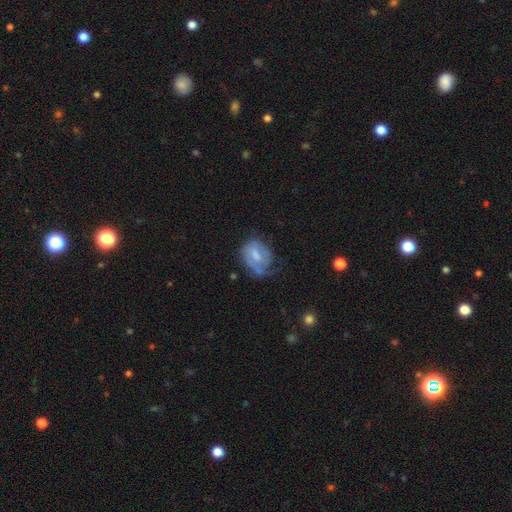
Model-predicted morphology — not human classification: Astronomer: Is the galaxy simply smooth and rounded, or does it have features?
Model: featured or disk — 55% (runner-up: smooth, 37%).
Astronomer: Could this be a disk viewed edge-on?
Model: no — 96%.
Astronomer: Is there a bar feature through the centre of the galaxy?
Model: weak — 49% (runner-up: no, 38%).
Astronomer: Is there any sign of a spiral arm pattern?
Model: yes — 68%.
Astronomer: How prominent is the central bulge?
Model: moderate — 48% (runner-up: small, 28%).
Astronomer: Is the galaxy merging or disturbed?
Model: none — 40% (runner-up: minor disturbance, 31%).